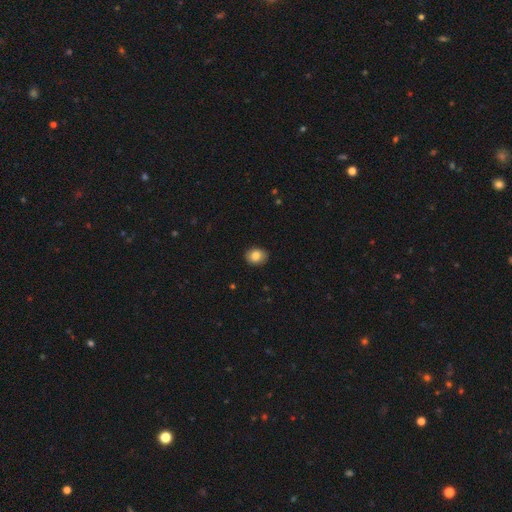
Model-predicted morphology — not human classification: The model was most divided on "how rounded": round: 52%, in between: 47%, cigar-shaped: 1%. More confident: merging — none (86%); smooth or featured — smooth (83%).